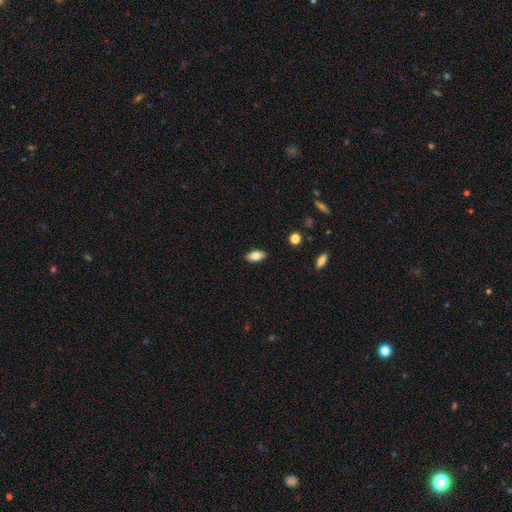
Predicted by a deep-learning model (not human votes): Smooth or featured?
  - smooth: 78% *
  - featured or disk: 14%
  - star or artifact: 8%
How rounded?
  - in between: 89% *
  - cigar-shaped: 8%
  - round: 3%
Merging?
  - none: 88% *
  - minor disturbance: 9%
  - major disturbance: 2%
  - merger: 1%